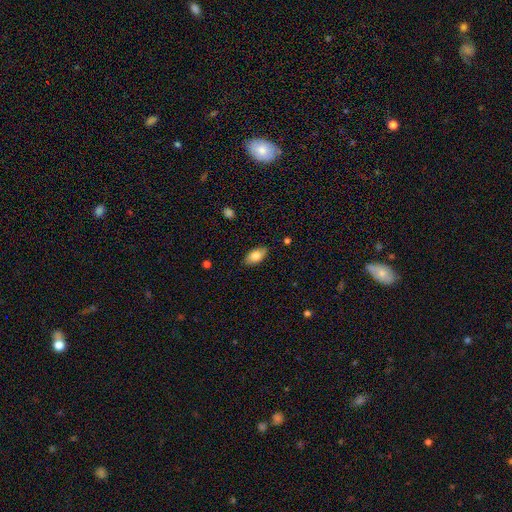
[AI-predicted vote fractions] Q: Smooth or featured?
A: smooth (80%); runner-up: featured or disk (13%)
Q: How rounded?
A: in between (92%); runner-up: round (5%)
Q: Merging?
A: none (85%); runner-up: minor disturbance (11%)